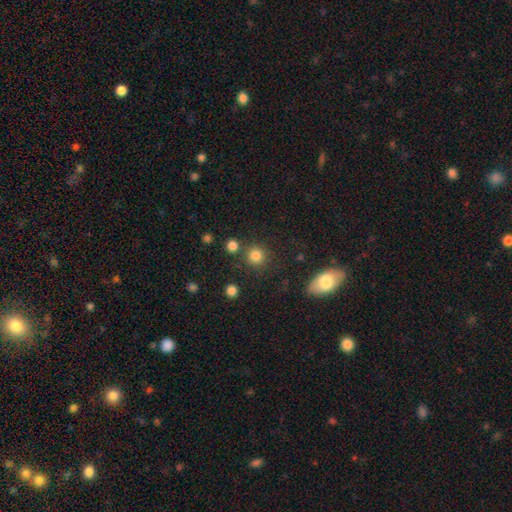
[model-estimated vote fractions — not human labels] The model was most divided on "smooth or featured": smooth: 82%, star or artifact: 13%, featured or disk: 5%. More confident: how rounded — round (92%); merging — none (81%).